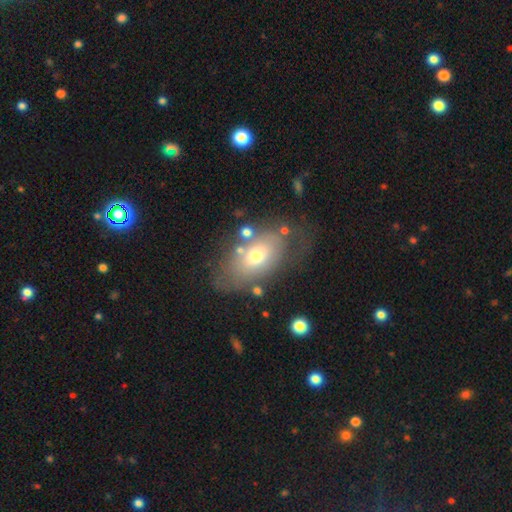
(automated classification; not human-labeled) Q: Smooth or featured?
A: smooth (49%); runner-up: featured or disk (42%)
Q: Merging?
A: none (59%); runner-up: minor disturbance (22%)